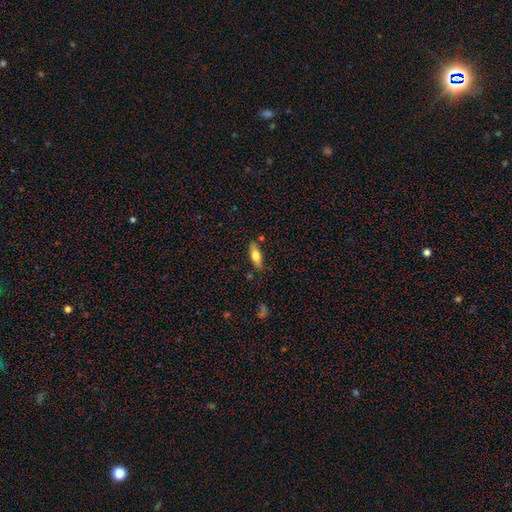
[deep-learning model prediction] This is likely a smooth galaxy (67%). How rounded: likely in between (65%). Merging: likely none (79%).